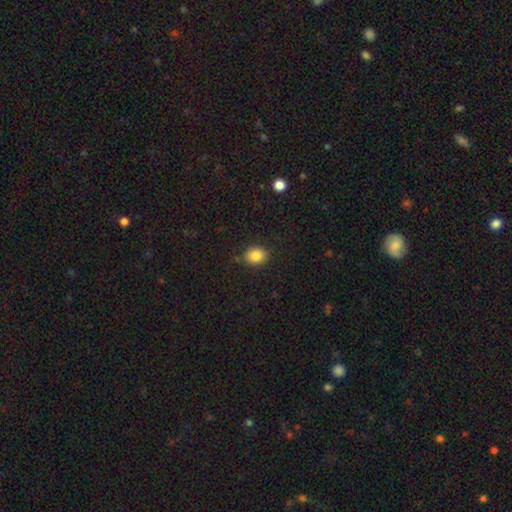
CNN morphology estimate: Smooth or featured: smooth — 84% (star or artifact — 10%)
How rounded: round — 54% (in between — 45%)
Merging: none — 81% (minor disturbance — 14%)